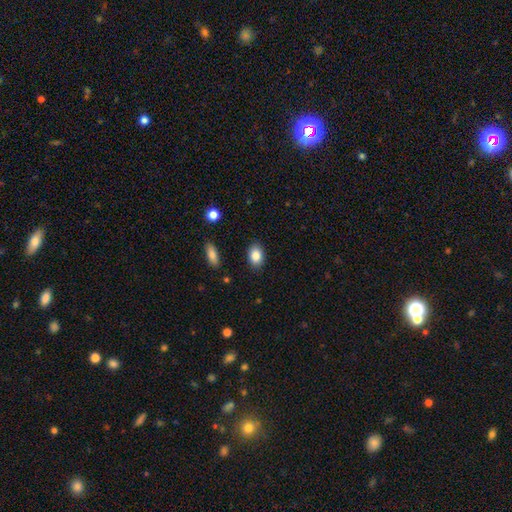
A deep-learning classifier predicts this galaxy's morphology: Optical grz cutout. It shows a smooth galaxy with no disk features (85%) that is in between round and cigar-shaped (83%). Merging: none (88%).